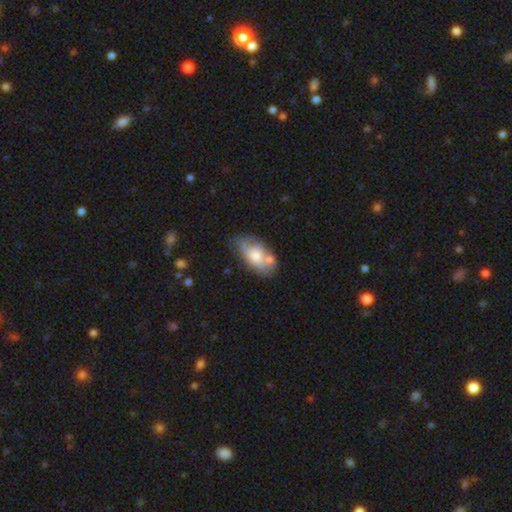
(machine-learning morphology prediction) Smooth or featured?
  - smooth: 54% *
  - featured or disk: 40%
  - star or artifact: 7%
How rounded?
  - in between: 91% *
  - round: 6%
  - cigar-shaped: 3%
Merging?
  - none: 46% *
  - minor disturbance: 27%
  - merger: 17%
  - major disturbance: 9%